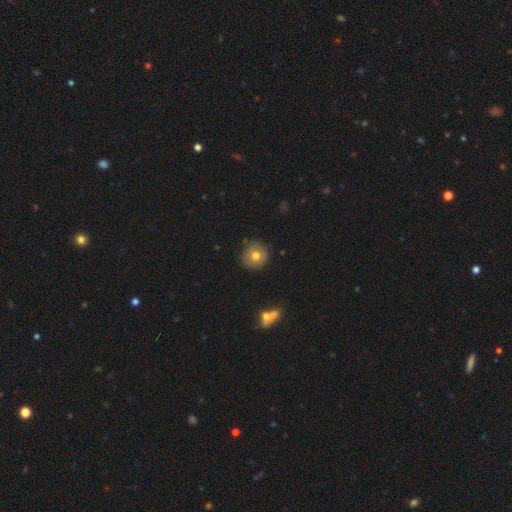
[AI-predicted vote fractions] Smooth or featured: smooth — 72% (featured or disk — 19%)
How rounded: round — 92% (in between — 7%)
Merging: none — 83% (minor disturbance — 12%)